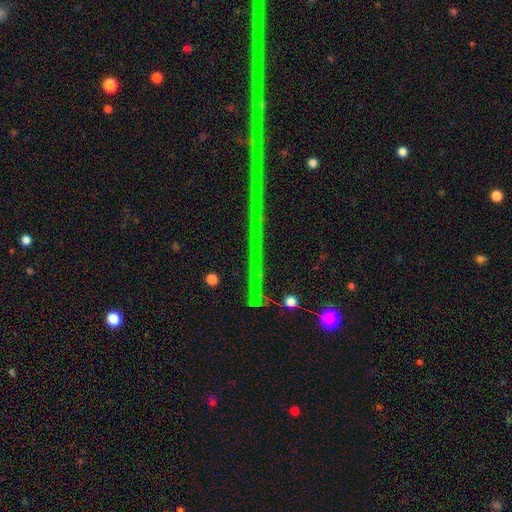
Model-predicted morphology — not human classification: Smooth or featured? Predicted: star or artifact (p=0.86).